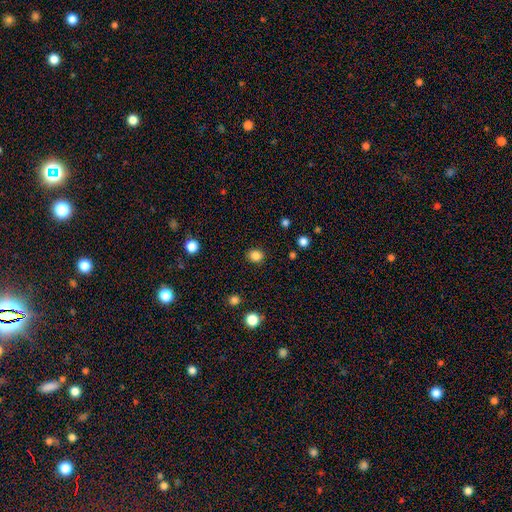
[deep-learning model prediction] This appears to be a smooth galaxy with no disk features (84%) that is round (80%). Merging: none (90%).